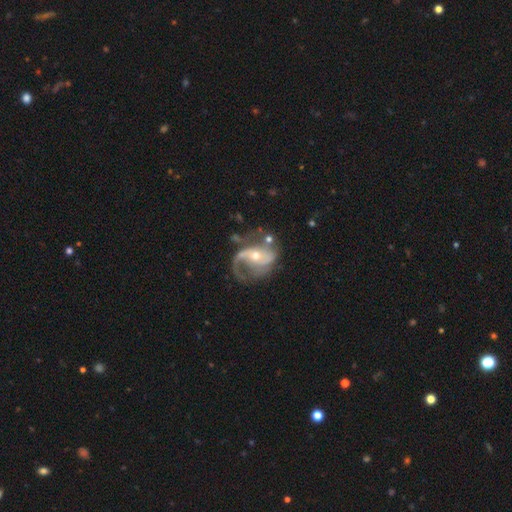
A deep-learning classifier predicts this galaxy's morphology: This is clearly a featured or disk galaxy (86%). It is clearly not viewed edge-on (98%). Bar: possibly no (49%). Spiral arm pattern: clearly yes (93%). Spiral arm count: likely 2 (67%). Spiral winding: possibly loose (49%). Central bulge: possibly small (48%, tied with moderate). Merging: possibly none (46%).